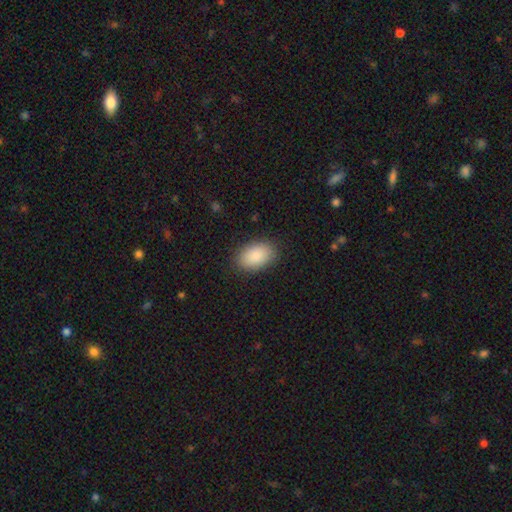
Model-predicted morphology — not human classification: Smooth or featured?
  - smooth: 87% *
  - star or artifact: 7%
  - featured or disk: 6%
How rounded?
  - in between: 90% *
  - round: 9%
  - cigar-shaped: 1%
Merging?
  - none: 87% *
  - minor disturbance: 9%
  - major disturbance: 3%
  - merger: 1%